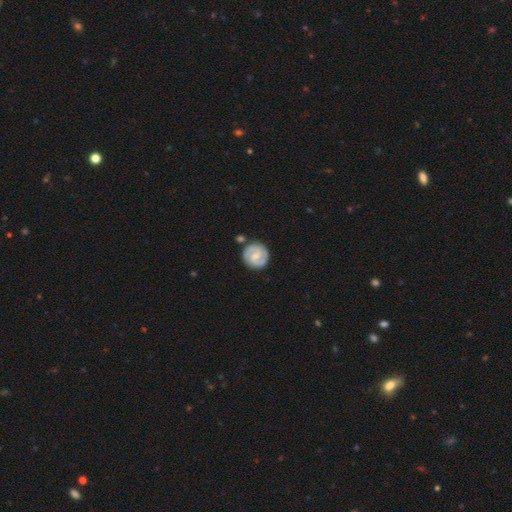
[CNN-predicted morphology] The model was most divided on "bulge size": small: 47%, moderate: 36%, none: 14%, large: 3%, dominant: 1%. Remaining: edge-on disk — no (98%); spiral arms — yes (97%); spiral arm count — 2 (89%); merging — none (81%); smooth or featured — featured or disk (81%); spiral winding — tight (59%); bar — weak (48%).